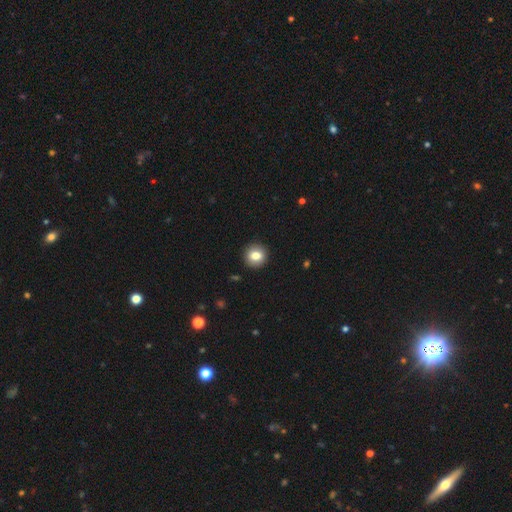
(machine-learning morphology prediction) Smooth or featured?
  - smooth: 81% *
  - featured or disk: 10%
  - star or artifact: 9%
How rounded?
  - round: 90% *
  - in between: 9%
  - cigar-shaped: 1%
Merging?
  - none: 92% *
  - minor disturbance: 5%
  - major disturbance: 2%
  - merger: 1%